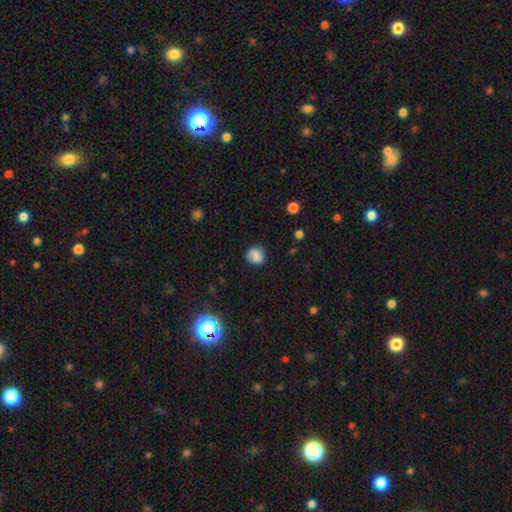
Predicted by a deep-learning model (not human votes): smooth_or_featured: smooth (p=0.81) [alt: star or artifact p=0.11]
how_rounded: round (p=0.70) [alt: in between p=0.29]
merging: none (p=0.72) [alt: minor disturbance p=0.20]